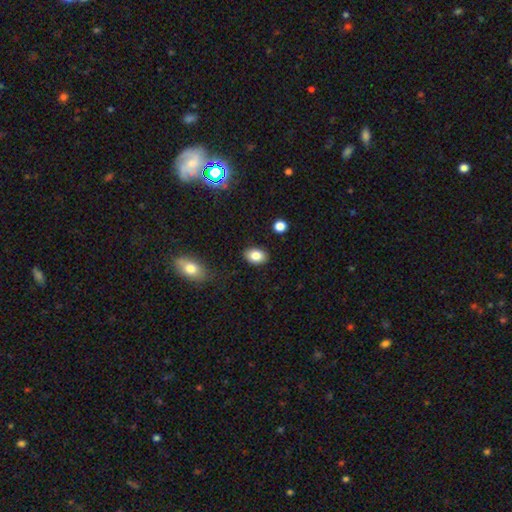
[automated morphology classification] smooth-or-featured: smooth: 83% | star or artifact: 8% | featured or disk: 8%
  how-rounded: in between: 81% | round: 18% | cigar-shaped: 1%
  merging: none: 87% | minor disturbance: 9% | major disturbance: 2% | merger: 2%